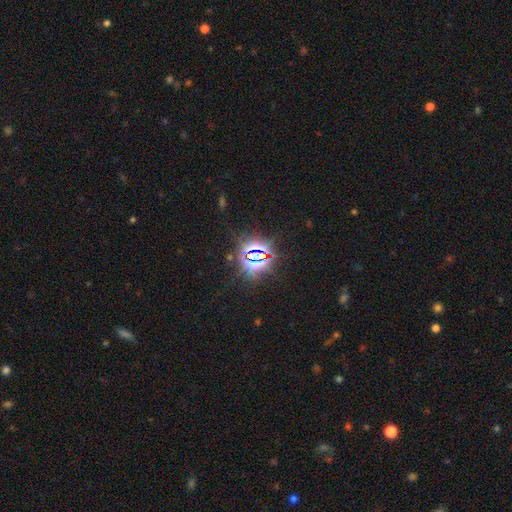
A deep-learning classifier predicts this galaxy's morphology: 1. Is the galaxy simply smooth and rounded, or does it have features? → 83% star or artifact, 10% smooth, 7% featured or disk.